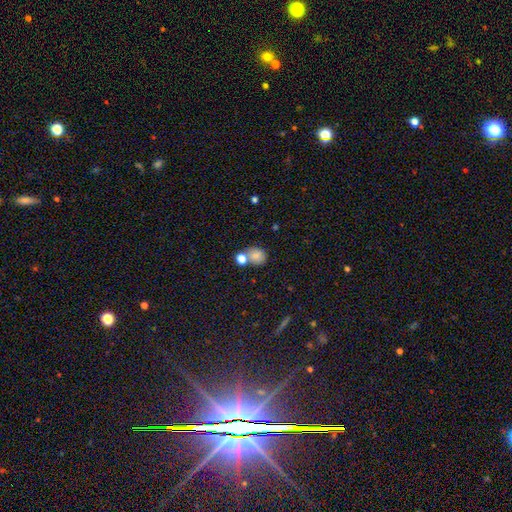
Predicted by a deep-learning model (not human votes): smooth 79%, featured or disk 10%, star or artifact 10%. Down the decision tree: how rounded — round (64%); merging — none (51%).